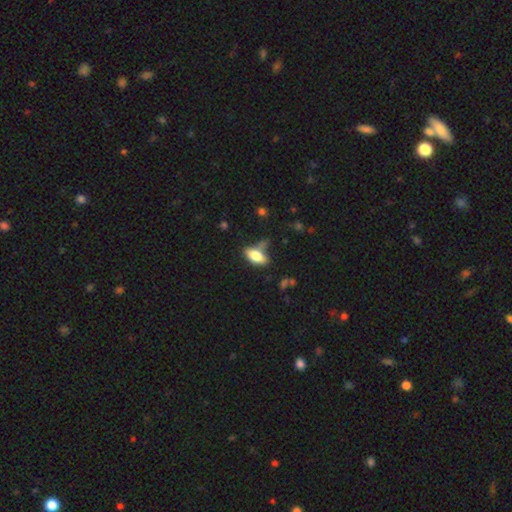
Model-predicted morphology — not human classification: The model was most divided on "merging": none: 57%, minor disturbance: 24%, merger: 11%, major disturbance: 9%. More confident: how rounded — in between (87%); smooth or featured — smooth (78%).